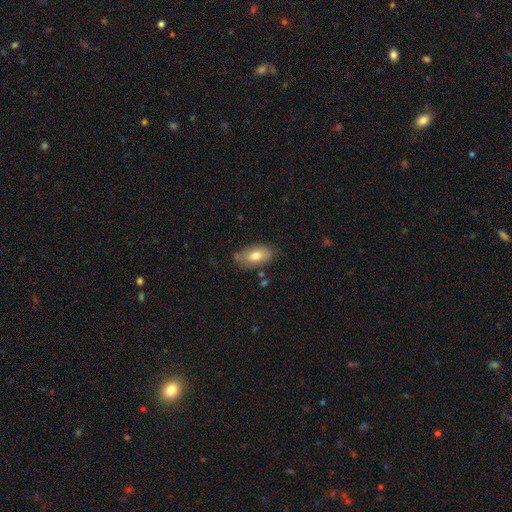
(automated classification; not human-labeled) smooth_or_featured: smooth (p=0.75) [alt: featured or disk p=0.18]
how_rounded: in between (p=0.92) [alt: round p=0.05]
merging: none (p=0.73) [alt: minor disturbance p=0.19]